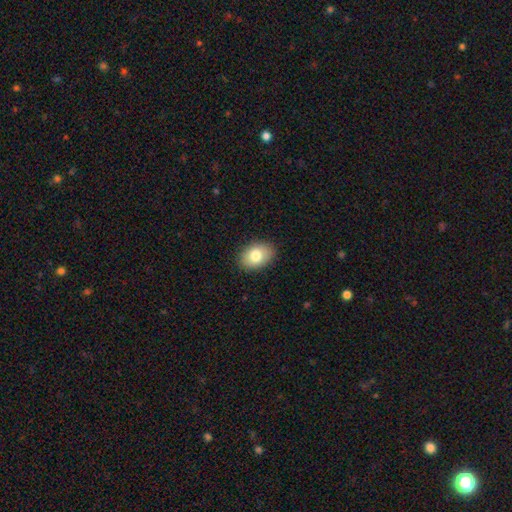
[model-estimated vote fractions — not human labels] A smooth galaxy with no disk features (80%) that is in between round and cigar-shaped (81%). Merging: none (88%).